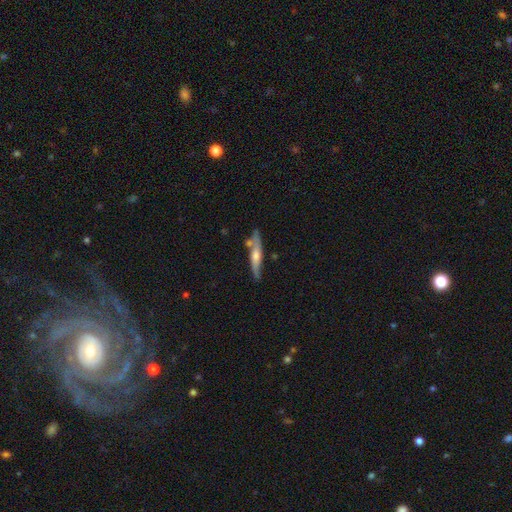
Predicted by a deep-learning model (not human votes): A featured or disk galaxy (64%) viewed edge-on (85%) with a rounded central bulge (79%). Merging: none (72%).